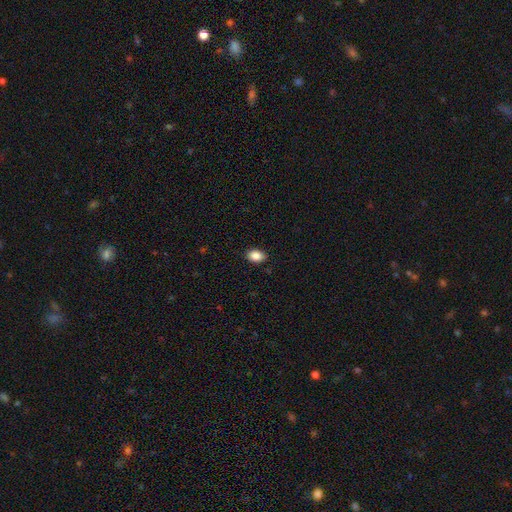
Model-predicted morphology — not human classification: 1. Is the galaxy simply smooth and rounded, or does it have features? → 88% smooth, 8% star or artifact, 4% featured or disk.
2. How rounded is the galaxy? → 79% in between, 19% round, 1% cigar-shaped.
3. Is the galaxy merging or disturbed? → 89% none, 8% minor disturbance, 2% major disturbance, 1% merger.